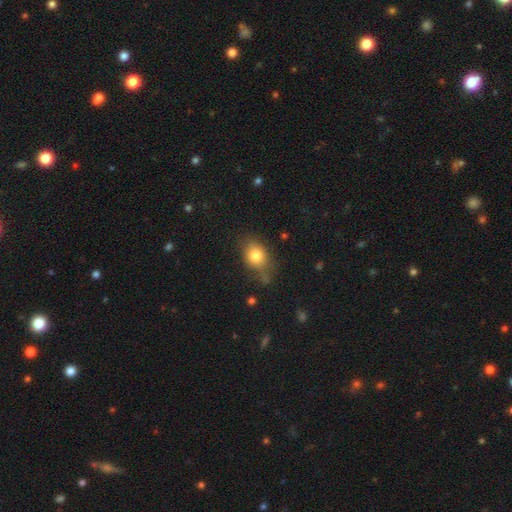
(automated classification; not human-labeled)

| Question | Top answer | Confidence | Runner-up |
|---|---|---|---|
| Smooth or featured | smooth | 79% | featured or disk (11%) |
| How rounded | in between | 61% | round (37%) |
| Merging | none | 59% | minor disturbance (27%) |